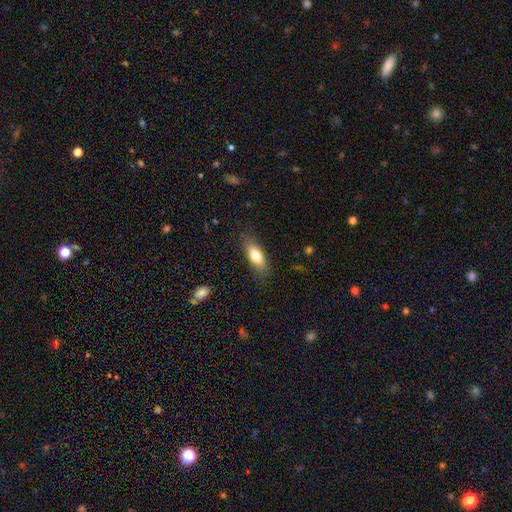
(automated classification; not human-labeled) Smooth or featured: smooth — 77% (featured or disk — 16%)
How rounded: in between — 72% (cigar-shaped — 25%)
Merging: none — 81% (minor disturbance — 14%)